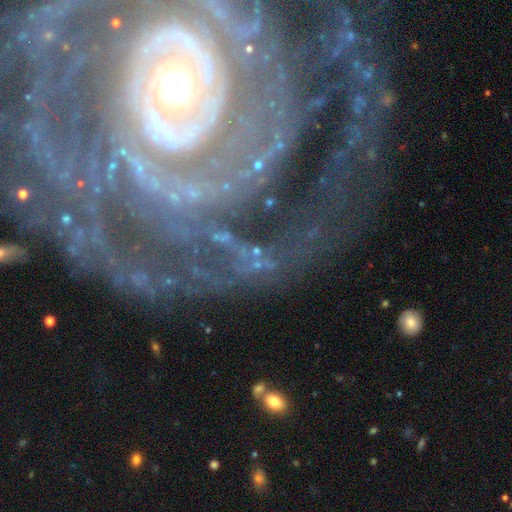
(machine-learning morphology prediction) Smooth or featured? featured or disk (78%)
Edge-on disk? no (95%)
Bar? strong (39%)
Spiral arms? yes (92%)
Spiral winding? tight (64%)
Spiral arm count? 2 (26%)
Bulge size? small (52%)
Merging? none (66%)